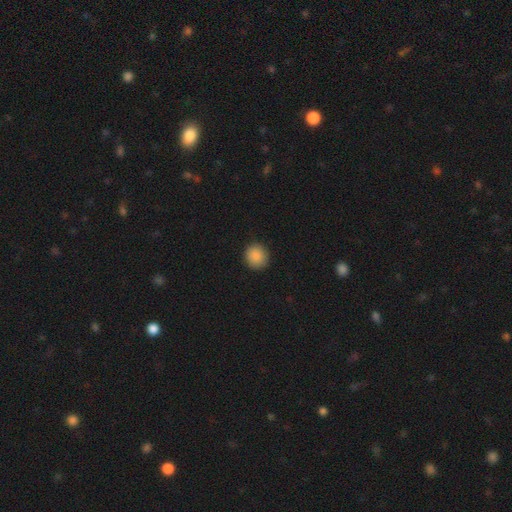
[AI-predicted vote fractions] smooth-or-featured: smooth: 89% | star or artifact: 8% | featured or disk: 3%
  how-rounded: round: 92% | in between: 7% | cigar-shaped: 1%
  merging: none: 90% | minor disturbance: 7% | major disturbance: 2% | merger: 1%